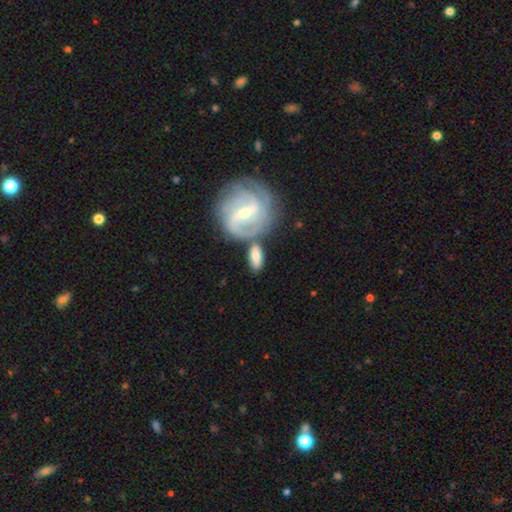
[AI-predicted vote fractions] Smooth or featured? Predicted: smooth (p=0.54). How rounded? Predicted: in between (p=0.79). Merging? Predicted: none (p=0.61).